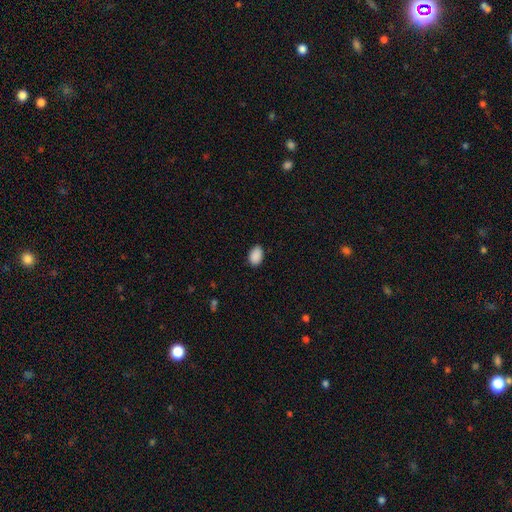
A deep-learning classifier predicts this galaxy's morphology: Smooth or featured? Predicted: smooth (p=0.90). How rounded? Predicted: in between (p=0.85). Merging? Predicted: none (p=0.85).